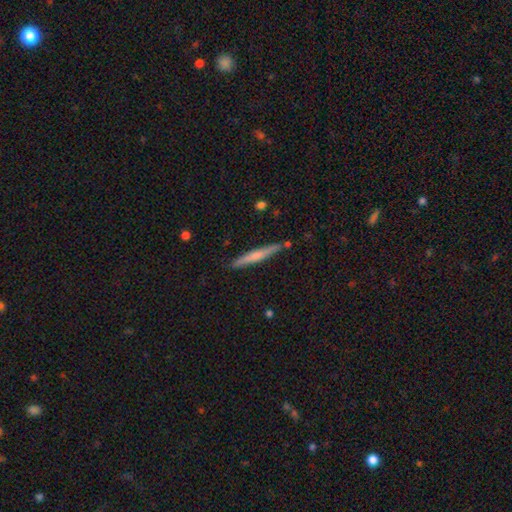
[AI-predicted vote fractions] Smooth or featured? Predicted: smooth (p=0.52). How rounded? Predicted: cigar-shaped (p=0.96). Merging? Predicted: none (p=0.85).